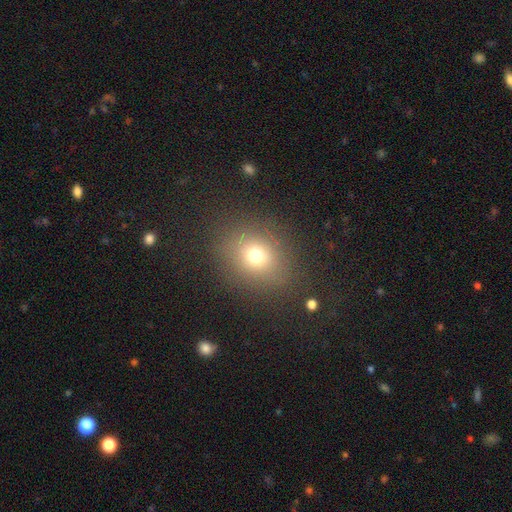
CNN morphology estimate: type=smooth (70%); roundness=round (64%); merging=none (84%).